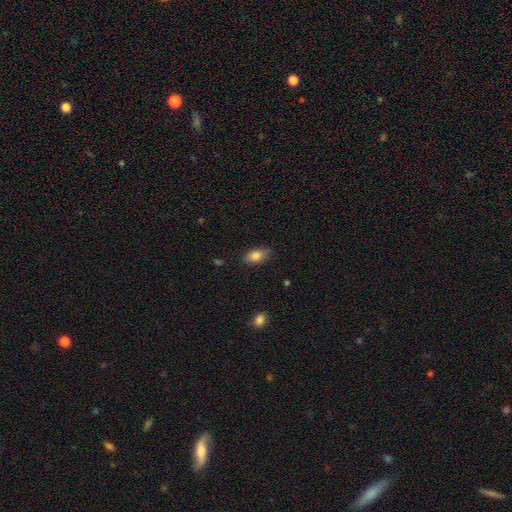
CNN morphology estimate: A smooth galaxy with no disk features (83%) that is in between round and cigar-shaped (89%). Merging: none (83%).